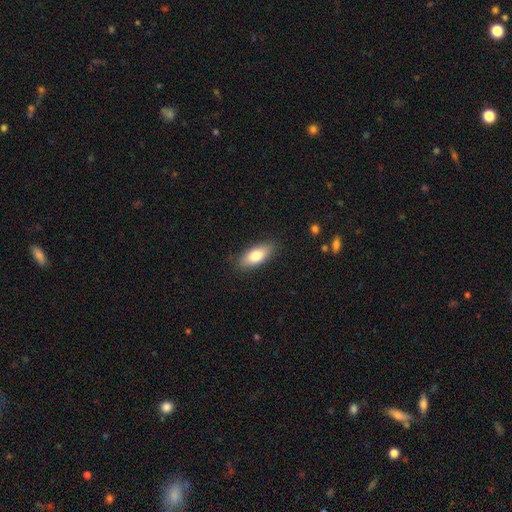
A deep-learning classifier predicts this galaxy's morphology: A smooth galaxy with no disk features (81%) that is in between round and cigar-shaped (82%). Merging: none (85%).